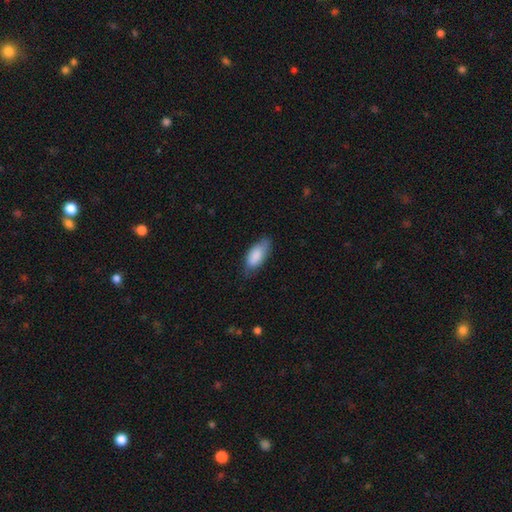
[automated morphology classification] Smooth or featured: smooth — 86% (featured or disk — 8%)
How rounded: in between — 88% (cigar-shaped — 10%)
Merging: none — 65% (minor disturbance — 28%)